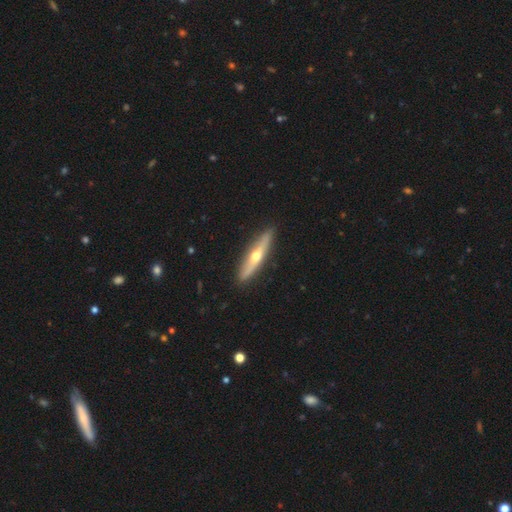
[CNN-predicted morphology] smooth_or_featured: featured or disk (p=0.61) [alt: smooth p=0.34]
disk_edge_on: yes (p=0.91) [alt: no p=0.09]
edge_on_bulge: rounded (p=0.91) [alt: none p=0.07]
merging: none (p=0.90) [alt: minor disturbance p=0.07]